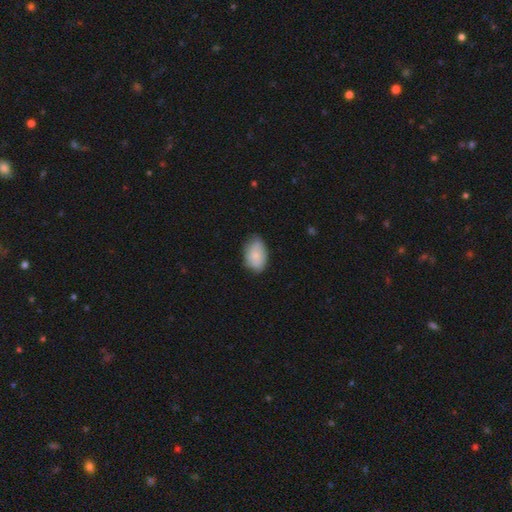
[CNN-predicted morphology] A smooth galaxy with no disk features (73%) that is in between round and cigar-shaped (90%). Merging: none (71%).